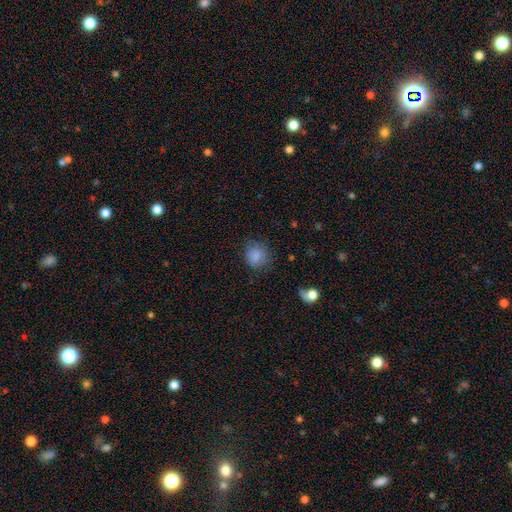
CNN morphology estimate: The model was most divided on "merging": none: 70%, minor disturbance: 21%, major disturbance: 7%, merger: 2%. More confident: smooth or featured — smooth (82%); how rounded — round (80%).